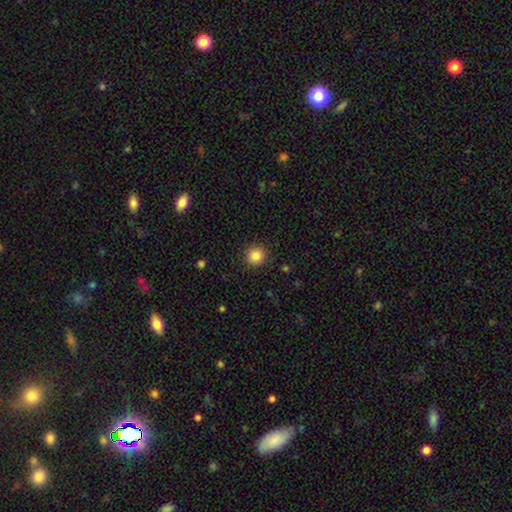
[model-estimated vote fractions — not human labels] smooth 85%, star or artifact 10%, featured or disk 4%. Down the decision tree: how rounded — round (94%); merging — none (91%).